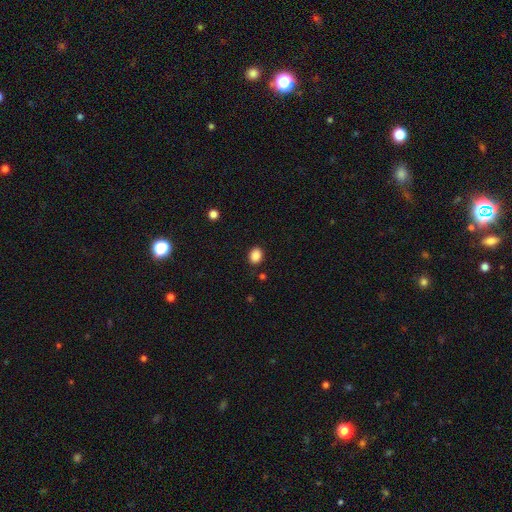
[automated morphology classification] A smooth galaxy with no disk features (88%) that is in between round and cigar-shaped (50%).

Vote fractions:
- Smooth or featured? smooth: 88% / star or artifact: 9% / featured or disk: 3%
- How rounded? in between: 50% / round: 49% / cigar-shaped: 1%
- Merging? none: 88% / minor disturbance: 8% / major disturbance: 2% / merger: 2%